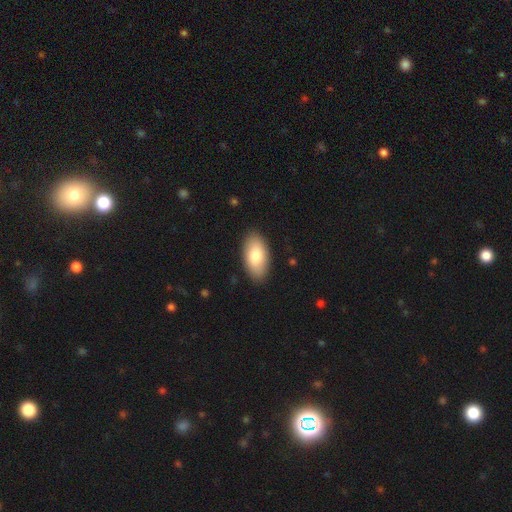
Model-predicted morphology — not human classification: Smooth or featured: smooth — 81% (featured or disk — 13%)
How rounded: in between — 94% (cigar-shaped — 3%)
Merging: none — 88% (minor disturbance — 9%)